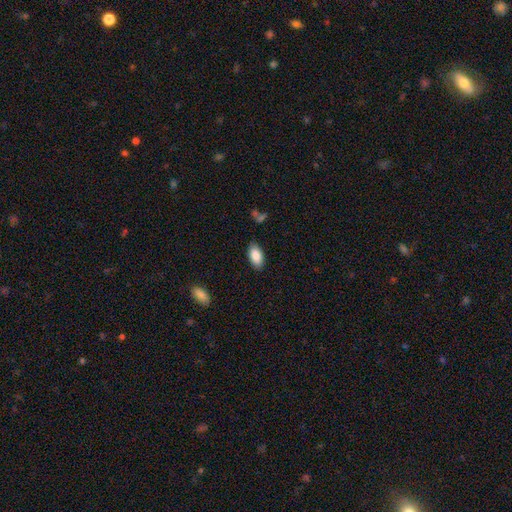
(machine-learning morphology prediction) A smooth galaxy with no disk features (88%) that is in between round and cigar-shaped (94%). Merging: none (85%).